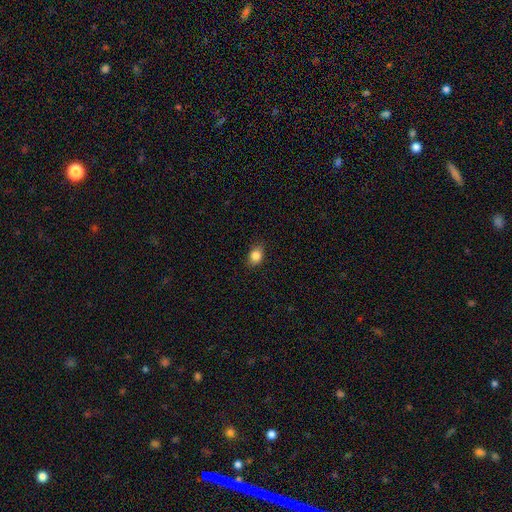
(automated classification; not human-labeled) smooth-or-featured: smooth: 85% | star or artifact: 9% | featured or disk: 6%
  how-rounded: in between: 65% | round: 34% | cigar-shaped: 1%
  merging: none: 85% | minor disturbance: 12% | major disturbance: 2% | merger: 1%